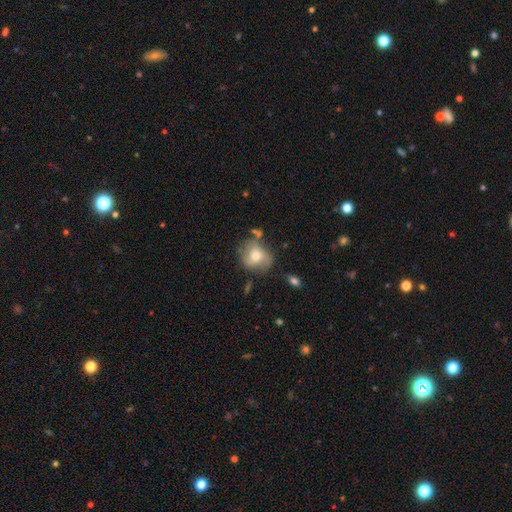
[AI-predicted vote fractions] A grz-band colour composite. It shows a smooth galaxy with no disk features (62%) that is round (64%). Merging: none (53%).